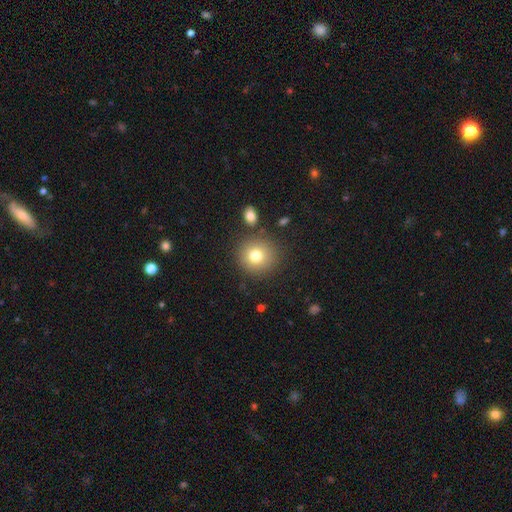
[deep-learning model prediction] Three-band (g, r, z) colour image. It shows a smooth galaxy with no disk features (77%) that is round (91%). Merging: none (83%).